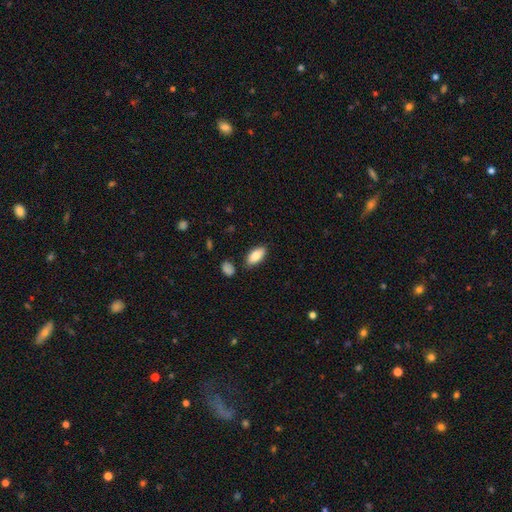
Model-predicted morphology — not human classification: Smooth or featured?
  - smooth: 85% *
  - featured or disk: 8%
  - star or artifact: 6%
How rounded?
  - in between: 89% *
  - cigar-shaped: 9%
  - round: 2%
Merging?
  - none: 83% *
  - minor disturbance: 11%
  - merger: 3%
  - major disturbance: 2%